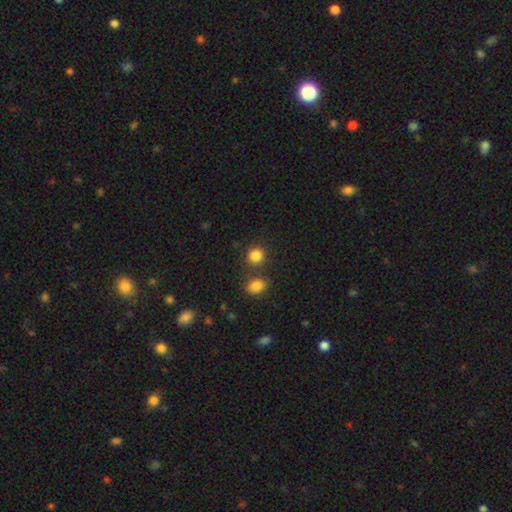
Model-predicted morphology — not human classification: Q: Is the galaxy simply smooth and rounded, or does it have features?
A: smooth — 84%.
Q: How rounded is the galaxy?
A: round — 85%.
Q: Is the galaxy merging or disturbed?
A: none — 73%.